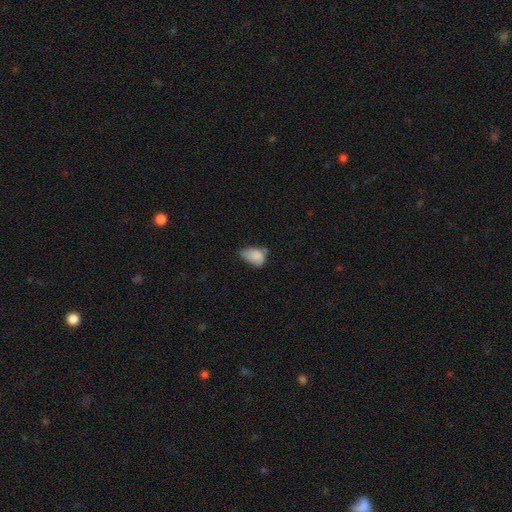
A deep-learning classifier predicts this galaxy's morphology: Smooth or featured? Predicted: smooth (p=0.78). How rounded? Predicted: in between (p=0.83). Merging? Predicted: minor disturbance (p=0.46).